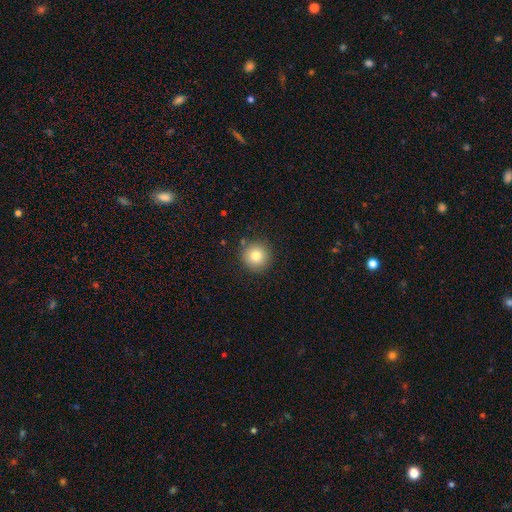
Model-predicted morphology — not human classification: Smooth or featured: smooth — 80% (star or artifact — 11%)
How rounded: round — 95% (in between — 4%)
Merging: none — 88% (minor disturbance — 8%)